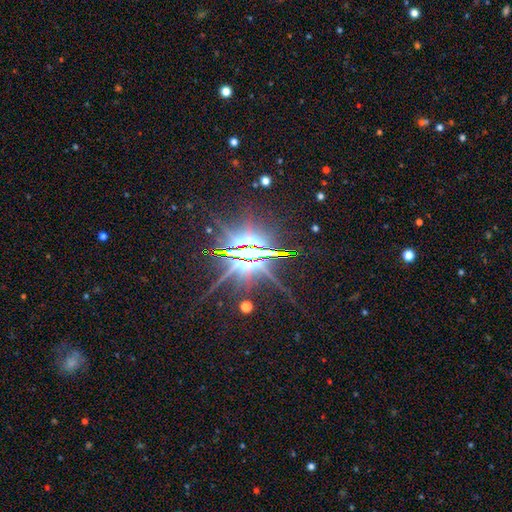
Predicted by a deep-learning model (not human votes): The model was most divided on "smooth or featured": star or artifact: 81%, featured or disk: 14%, smooth: 5%.